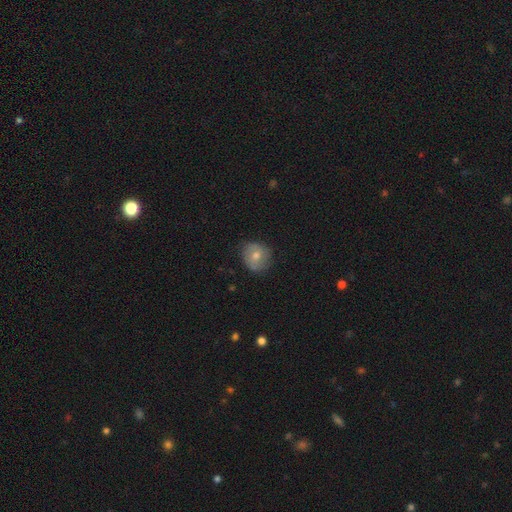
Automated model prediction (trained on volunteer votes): Smooth or featured?
  - smooth: 65% *
  - featured or disk: 27%
  - star or artifact: 8%
How rounded?
  - round: 83% *
  - in between: 16%
  - cigar-shaped: 1%
Merging?
  - none: 77% *
  - minor disturbance: 18%
  - major disturbance: 4%
  - merger: 1%